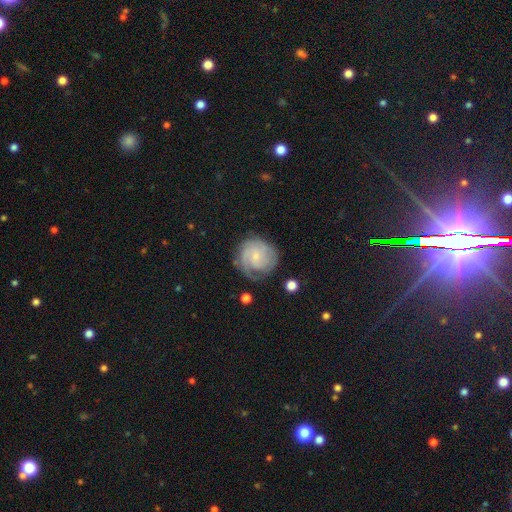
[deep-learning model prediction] Smooth or featured?
  - featured or disk: 73% *
  - smooth: 21%
  - star or artifact: 6%
Edge-on disk?
  - no: 98% *
  - yes: 2%
Bar?
  - no: 60% *
  - weak: 35%
  - strong: 5%
Spiral arms?
  - yes: 93% *
  - no: 7%
Spiral winding?
  - tight: 59% *
  - medium: 31%
  - loose: 10%
Spiral arm count?
  - 2: 31% *
  - can't tell: 30%
  - 3: 18%
  - 1: 11%
  - 4: 5%
  - more than 4: 4%
Bulge size?
  - small: 70% *
  - moderate: 17%
  - none: 11%
  - large: 2%
  - dominant: 1%
Merging?
  - none: 69% *
  - minor disturbance: 19%
  - major disturbance: 10%
  - merger: 2%